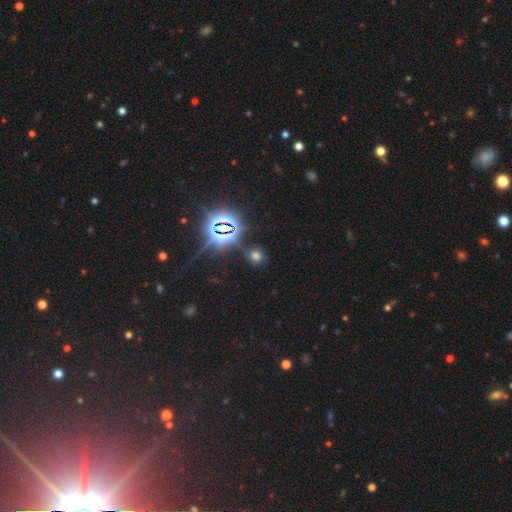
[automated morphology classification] Overall: smooth (53%; star or artifact 39%). How rounded: round (83%). Merging: none (79%).